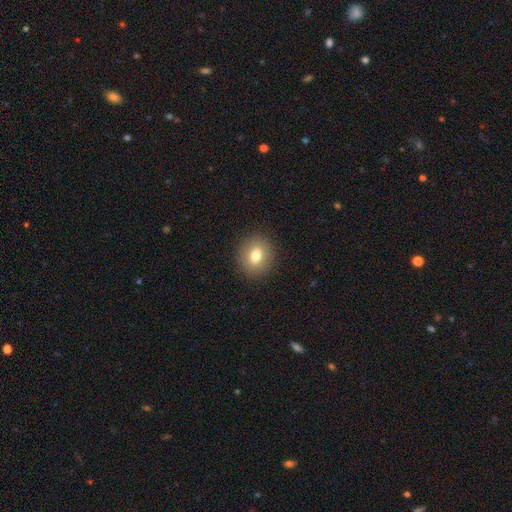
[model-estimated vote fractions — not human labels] Smooth or featured?
  - smooth: 75% *
  - featured or disk: 15%
  - star or artifact: 10%
How rounded?
  - round: 72% *
  - in between: 27%
  - cigar-shaped: 1%
Merging?
  - none: 90% *
  - minor disturbance: 7%
  - major disturbance: 2%
  - merger: 1%